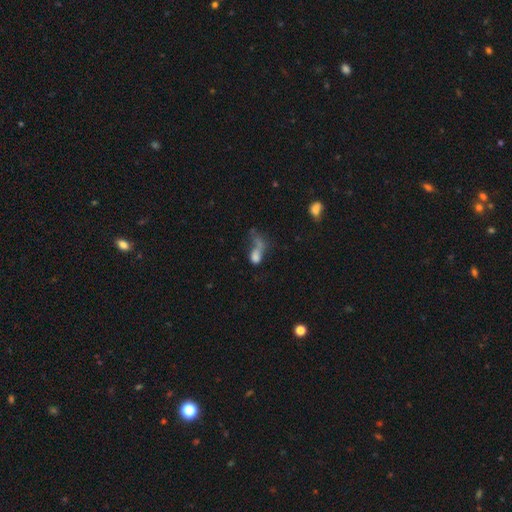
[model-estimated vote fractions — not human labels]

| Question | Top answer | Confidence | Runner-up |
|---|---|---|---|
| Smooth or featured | smooth | 60% | featured or disk (24%) |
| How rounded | in between | 69% | round (26%) |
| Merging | major disturbance | 41% | merger (29%) |